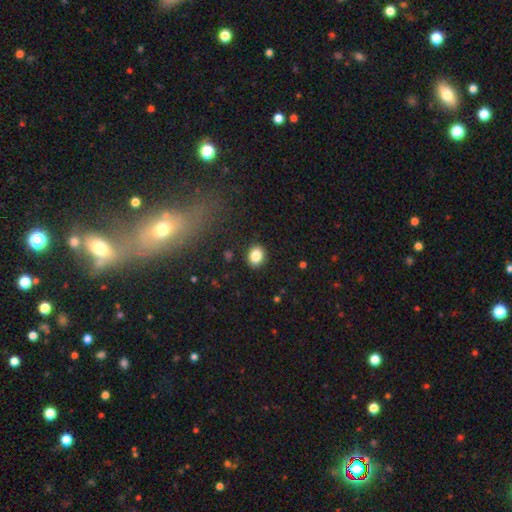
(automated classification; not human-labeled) smooth_or_featured: smooth (p=0.85) [alt: star or artifact p=0.10]
how_rounded: in between (p=0.55) [alt: round p=0.44]
merging: none (p=0.90) [alt: minor disturbance p=0.07]